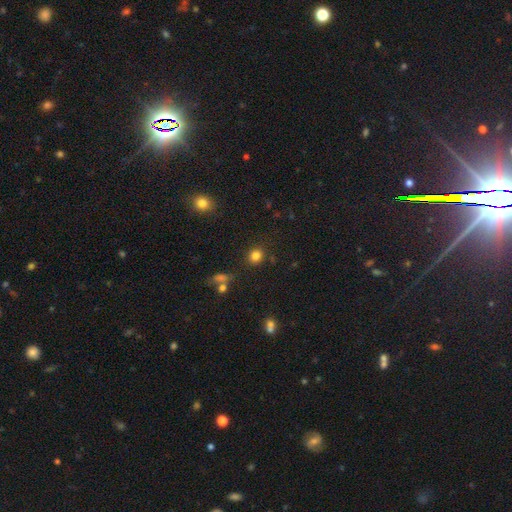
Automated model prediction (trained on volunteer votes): A smooth galaxy with no disk features (81%) that is round (80%). Merging: none (84%).